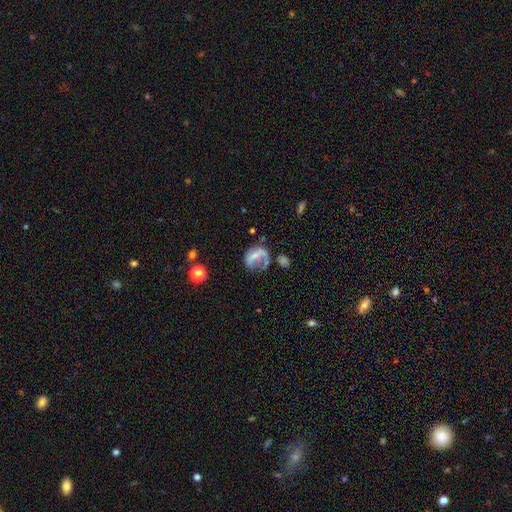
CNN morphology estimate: Smooth or featured? featured or disk (51%)
Edge-on disk? no (96%)
Merging? major disturbance (39%)